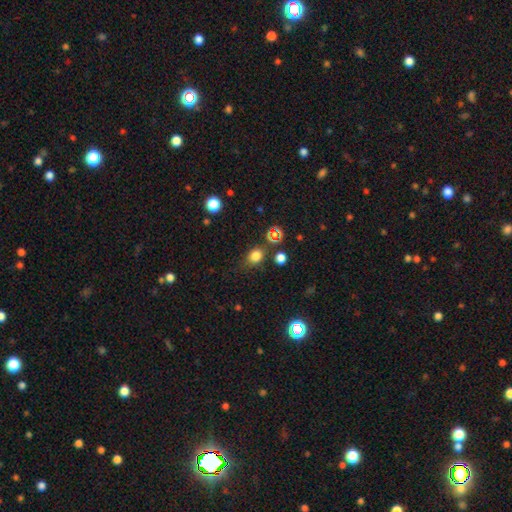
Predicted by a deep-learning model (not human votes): A smooth galaxy with no disk features (77%) that is round (57%).

Vote fractions:
- Smooth or featured? smooth: 77% / star or artifact: 17% / featured or disk: 6%
- How rounded? round: 57% / in between: 42% / cigar-shaped: 1%
- Merging? none: 72% / minor disturbance: 16% / major disturbance: 6% / merger: 6%